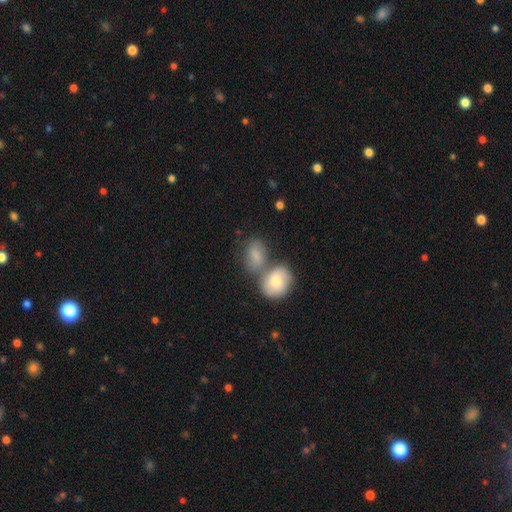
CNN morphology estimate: type=smooth (76%); roundness=in between (74%); merging=merger (51%).